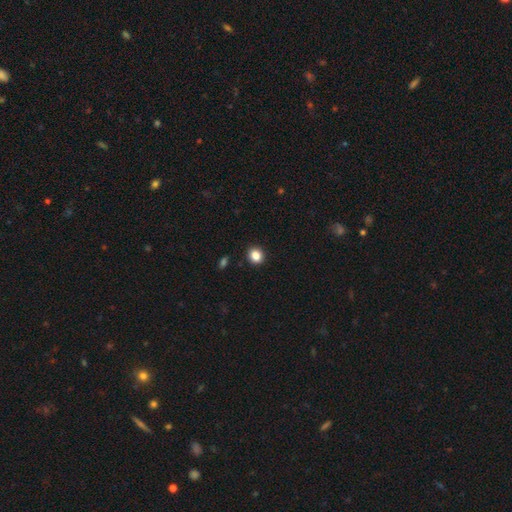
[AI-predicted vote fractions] A smooth galaxy with no disk features (86%) that is round (77%).

Vote fractions:
- Smooth or featured? smooth: 86% / star or artifact: 10% / featured or disk: 4%
- How rounded? round: 77% / in between: 22% / cigar-shaped: 1%
- Merging? none: 91% / minor disturbance: 6% / major disturbance: 2% / merger: 1%